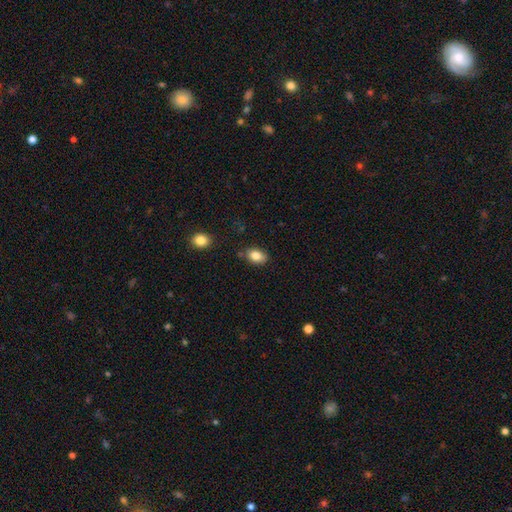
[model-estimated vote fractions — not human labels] A smooth galaxy with no disk features (82%) that is in between round and cigar-shaped (83%).

Vote fractions:
- Smooth or featured? smooth: 82% / featured or disk: 9% / star or artifact: 9%
- How rounded? in between: 83% / round: 16% / cigar-shaped: 2%
- Merging? none: 81% / minor disturbance: 13% / merger: 4% / major disturbance: 3%